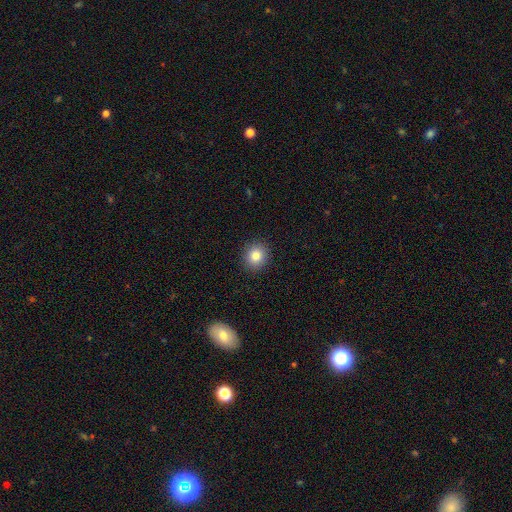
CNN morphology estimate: A smooth galaxy with no disk features (83%) that is round (80%).

Vote fractions:
- Smooth or featured? smooth: 83% / star or artifact: 10% / featured or disk: 7%
- How rounded? round: 80% / in between: 19% / cigar-shaped: 1%
- Merging? none: 91% / minor disturbance: 6% / major disturbance: 2% / merger: 1%